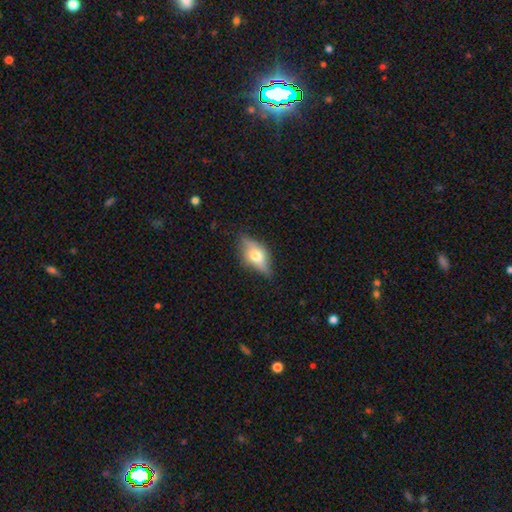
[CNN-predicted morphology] smooth-or-featured: featured or disk: 48% | smooth: 43% | star or artifact: 8%
  merging: none: 71% | minor disturbance: 21% | major disturbance: 6% | merger: 2%